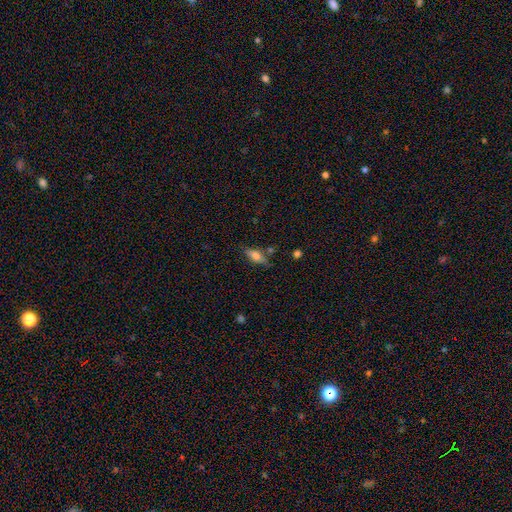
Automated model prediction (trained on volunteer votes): A smooth galaxy with no disk features (65%) that is in between round and cigar-shaped (70%). Merging: none (71%).